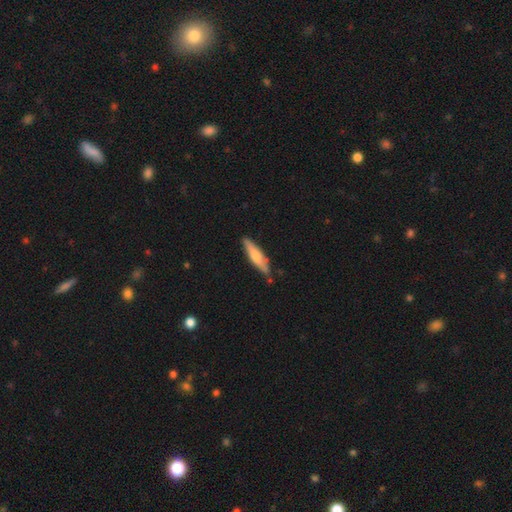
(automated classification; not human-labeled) Q: Smooth or featured?
A: smooth (54%); runner-up: featured or disk (40%)
Q: How rounded?
A: cigar-shaped (77%); runner-up: in between (22%)
Q: Merging?
A: none (82%); runner-up: minor disturbance (14%)